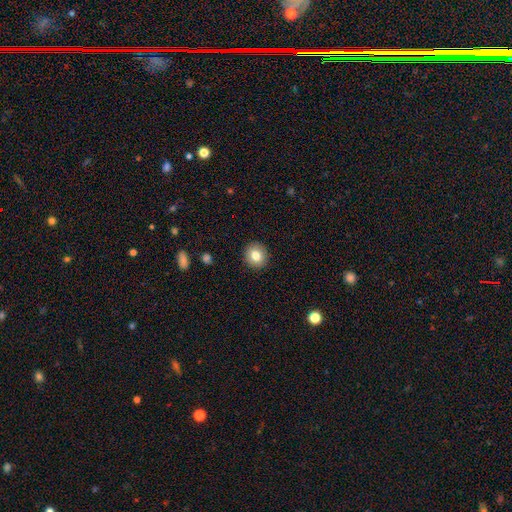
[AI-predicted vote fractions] Overall: smooth (81%). How rounded: round (85%). Merging: none (91%).